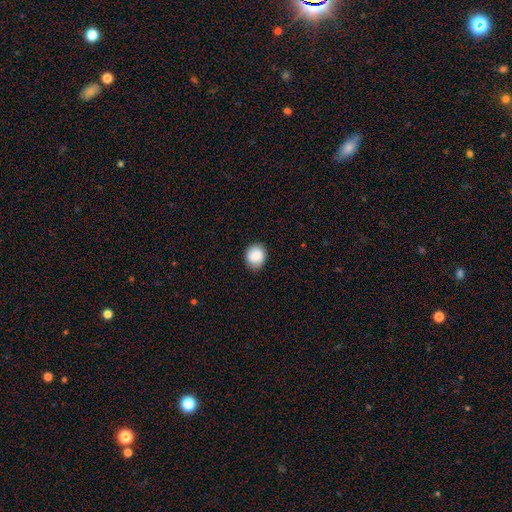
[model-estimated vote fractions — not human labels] smooth_or_featured: smooth (p=0.85) [alt: star or artifact p=0.08]
how_rounded: round (p=0.78) [alt: in between p=0.21]
merging: none (p=0.82) [alt: minor disturbance p=0.14]